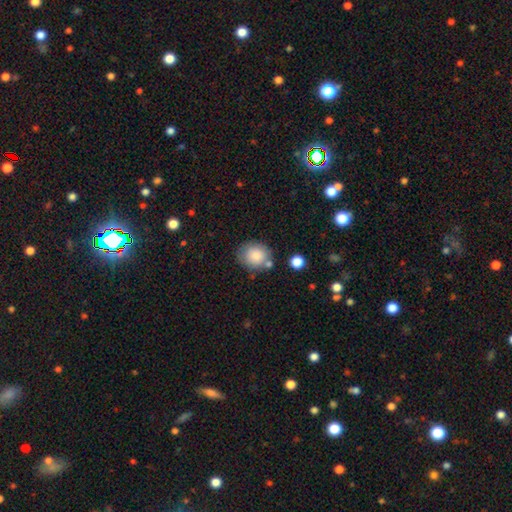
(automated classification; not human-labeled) Smooth or featured: smooth — 84% (featured or disk — 8%)
How rounded: round — 68% (in between — 31%)
Merging: none — 67% (minor disturbance — 16%)